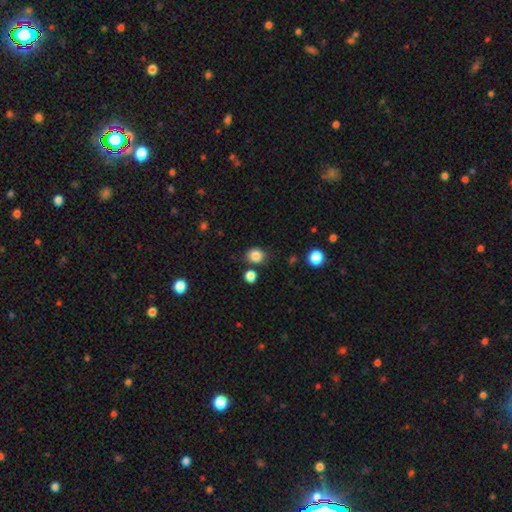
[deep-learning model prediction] A smooth galaxy with no disk features (84%) that is round (71%).

Vote fractions:
- Smooth or featured? smooth: 84% / star or artifact: 11% / featured or disk: 5%
- How rounded? round: 71% / in between: 28% / cigar-shaped: 1%
- Merging? none: 80% / minor disturbance: 10% / merger: 6% / major disturbance: 3%